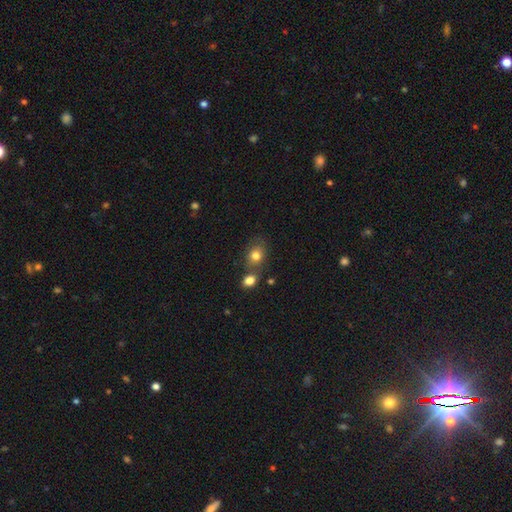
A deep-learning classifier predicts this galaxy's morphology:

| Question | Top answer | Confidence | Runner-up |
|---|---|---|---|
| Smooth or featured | smooth | 78% | featured or disk (11%) |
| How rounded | in between | 53% | round (46%) |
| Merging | none | 57% | merger (23%) |